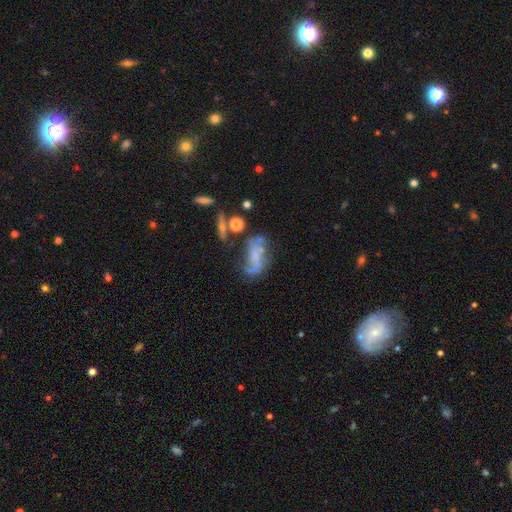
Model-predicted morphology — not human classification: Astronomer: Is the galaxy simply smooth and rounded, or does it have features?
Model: featured or disk — 55%.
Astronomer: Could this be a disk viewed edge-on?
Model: no — 89%.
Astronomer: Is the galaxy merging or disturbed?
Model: none — 31% (runner-up: major disturbance, 29%).